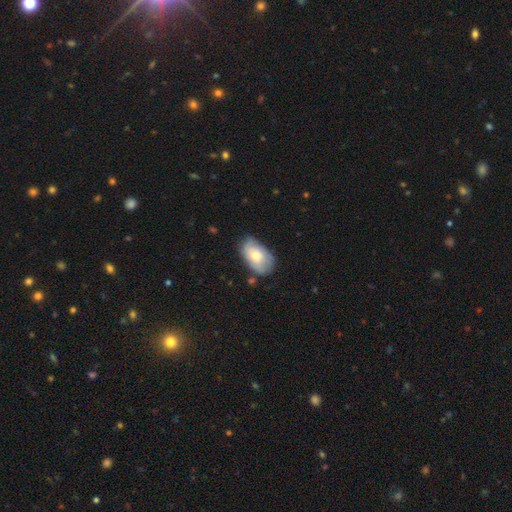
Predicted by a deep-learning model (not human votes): A smooth galaxy with no disk features (60%) that is in between round and cigar-shaped (92%).

Vote fractions:
- Smooth or featured? smooth: 60% / featured or disk: 33% / star or artifact: 6%
- How rounded? in between: 92% / round: 7% / cigar-shaped: 1%
- Merging? none: 64% / minor disturbance: 27% / major disturbance: 7% / merger: 3%